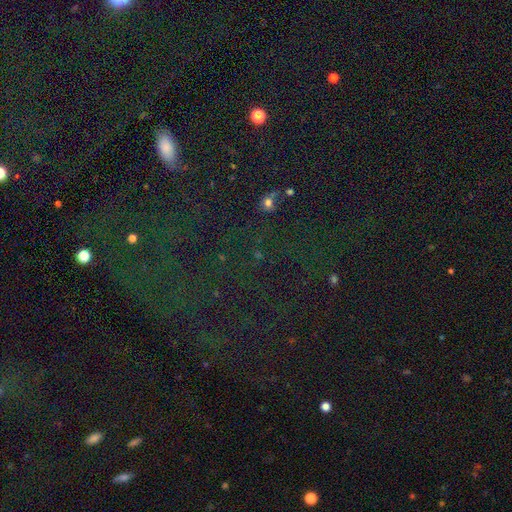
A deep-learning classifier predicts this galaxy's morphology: A star or artifact, not a galaxy (73%).